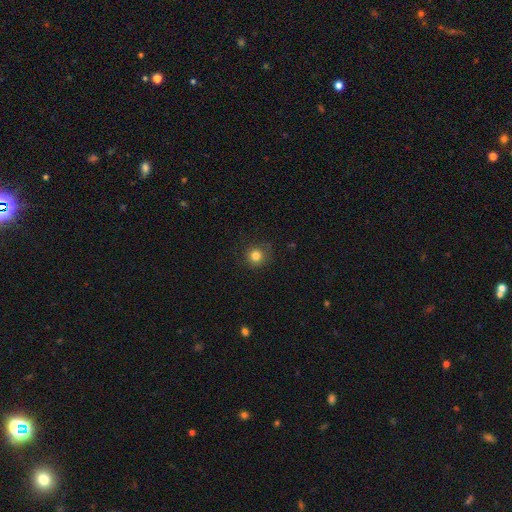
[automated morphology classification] smooth-or-featured: smooth: 81% | star or artifact: 13% | featured or disk: 6%
  how-rounded: round: 93% | in between: 6% | cigar-shaped: 1%
  merging: none: 85% | minor disturbance: 10% | major disturbance: 3% | merger: 1%